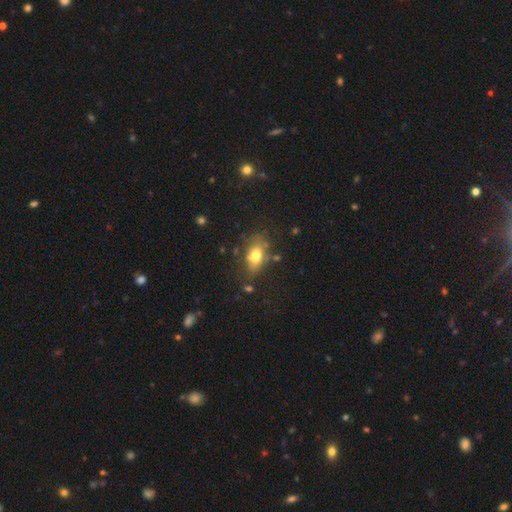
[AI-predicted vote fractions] Morphology: type=smooth (71%); roundness=in between (82%); merging=none (62%).